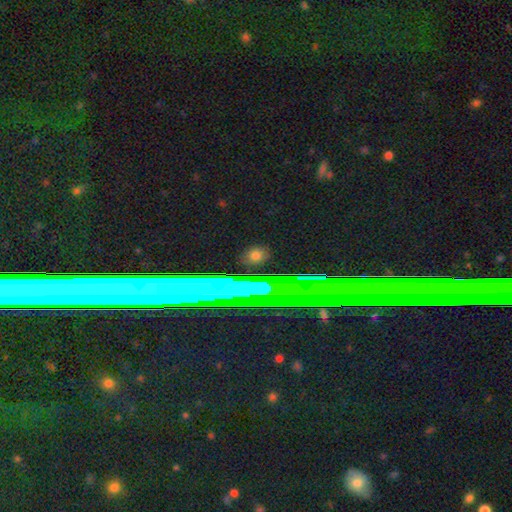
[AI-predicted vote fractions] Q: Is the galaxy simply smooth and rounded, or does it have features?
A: smooth — 46%.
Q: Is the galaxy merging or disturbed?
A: none — 90%.